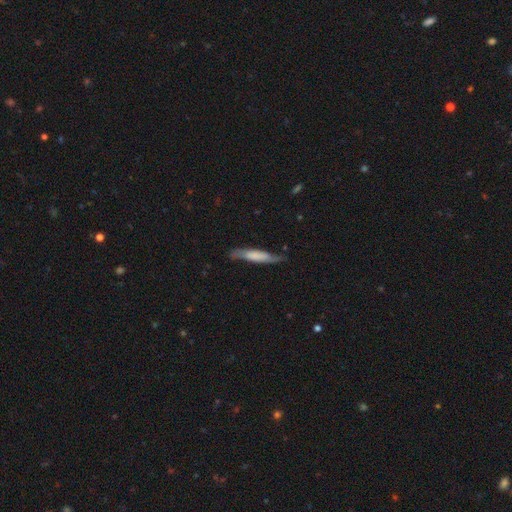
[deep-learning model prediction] A smooth galaxy with no disk features (53%) that is cigar-shaped (87%). Merging: none (69%).